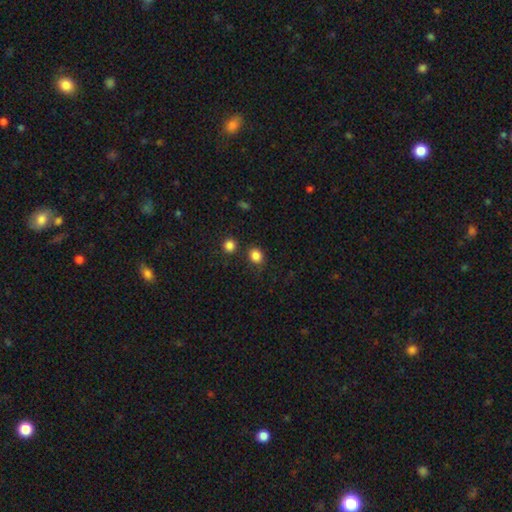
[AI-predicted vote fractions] Smooth or featured? smooth (84%)
How rounded? round (66%)
Merging? none (76%)